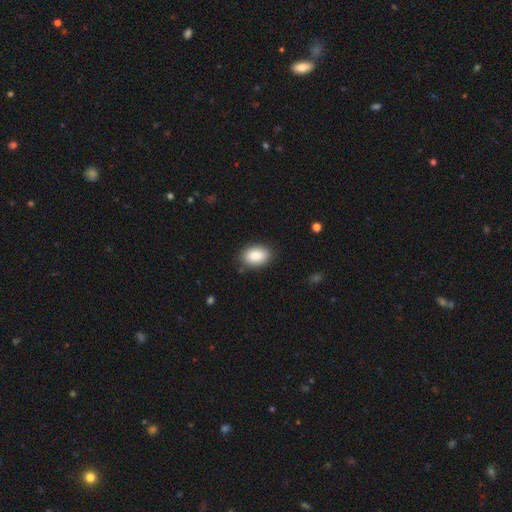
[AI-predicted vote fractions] Q: Smooth or featured?
A: smooth (88%); runner-up: star or artifact (7%)
Q: How rounded?
A: in between (89%); runner-up: round (10%)
Q: Merging?
A: none (86%); runner-up: minor disturbance (11%)